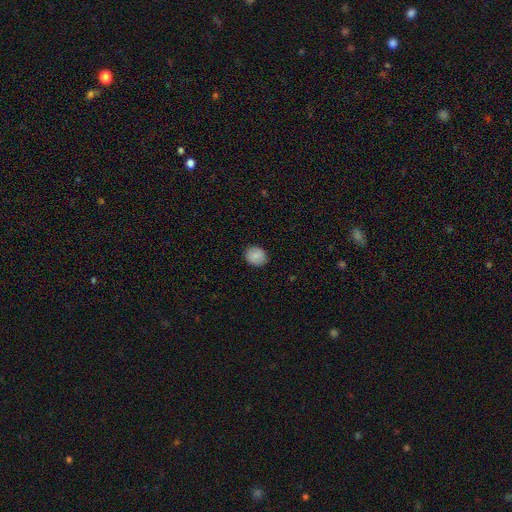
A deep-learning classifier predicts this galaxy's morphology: This appears to be a smooth galaxy with no disk features (85%) that is round (75%). Merging: none (89%).